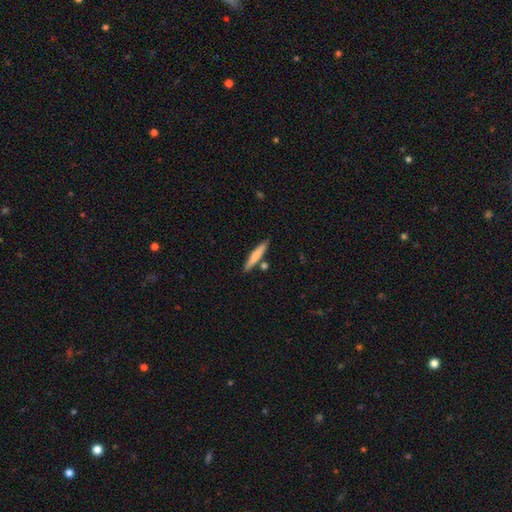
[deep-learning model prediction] smooth_or_featured: smooth (p=0.65) [alt: featured or disk p=0.29]
how_rounded: cigar-shaped (p=0.92) [alt: in between p=0.06]
merging: none (p=0.83) [alt: minor disturbance p=0.09]